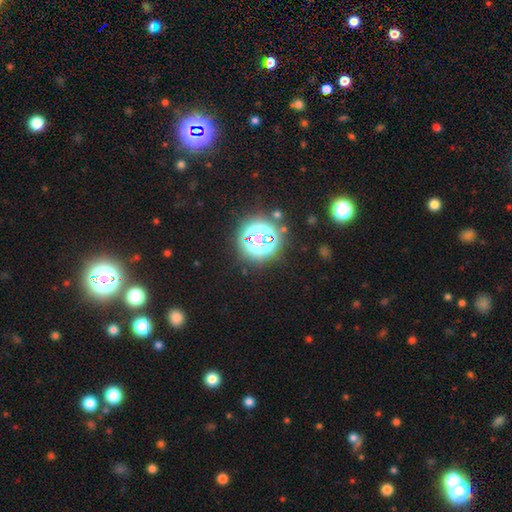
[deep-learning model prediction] smooth-or-featured: star or artifact: 77% | smooth: 16% | featured or disk: 7%